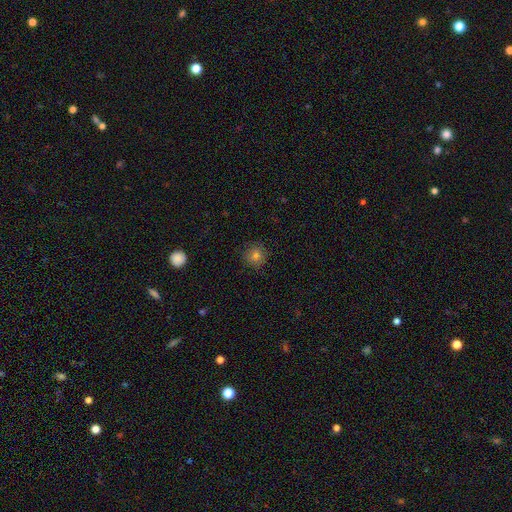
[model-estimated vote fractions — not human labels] Q: Smooth or featured?
A: smooth (78%); runner-up: star or artifact (14%)
Q: How rounded?
A: round (94%); runner-up: in between (5%)
Q: Merging?
A: none (88%); runner-up: minor disturbance (9%)